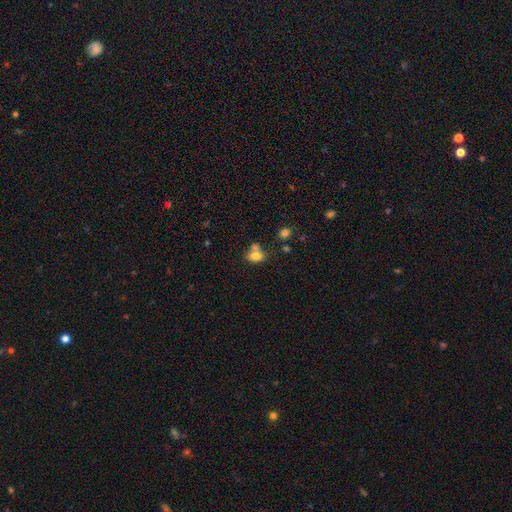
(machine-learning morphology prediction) Smooth or featured? Predicted: smooth (p=0.77). How rounded? Predicted: in between (p=0.66). Merging? Predicted: none (p=0.42).